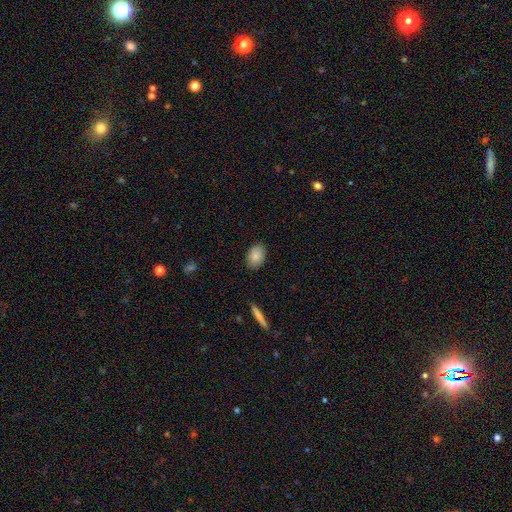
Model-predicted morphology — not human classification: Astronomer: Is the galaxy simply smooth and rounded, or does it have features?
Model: smooth — 85%.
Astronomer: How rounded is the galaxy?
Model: in between — 85%.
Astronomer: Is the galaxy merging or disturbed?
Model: none — 86%.